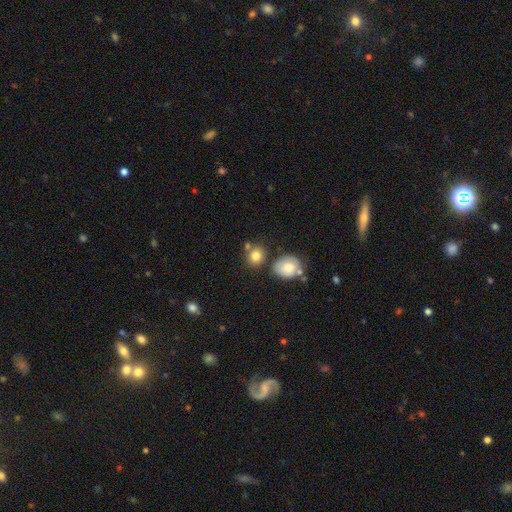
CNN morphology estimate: smooth-or-featured: smooth: 81% | star or artifact: 11% | featured or disk: 8%
  how-rounded: round: 75% | in between: 24% | cigar-shaped: 1%
  merging: none: 65% | merger: 18% | minor disturbance: 13% | major disturbance: 4%